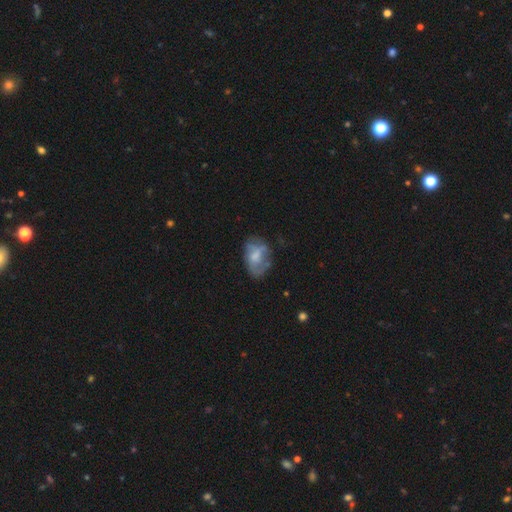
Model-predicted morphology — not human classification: Smooth or featured? Predicted: smooth (p=0.47). Merging? Predicted: none (p=0.48).